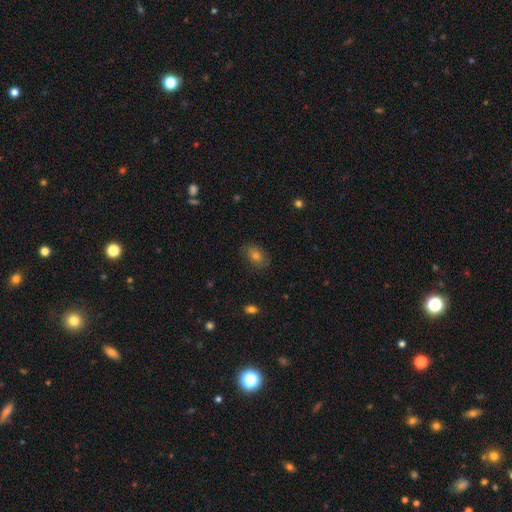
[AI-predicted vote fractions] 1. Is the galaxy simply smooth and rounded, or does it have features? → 61% smooth, 20% featured or disk, 19% star or artifact.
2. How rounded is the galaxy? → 76% in between, 22% round, 2% cigar-shaped.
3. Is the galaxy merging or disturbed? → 82% none, 14% minor disturbance, 4% major disturbance, 1% merger.